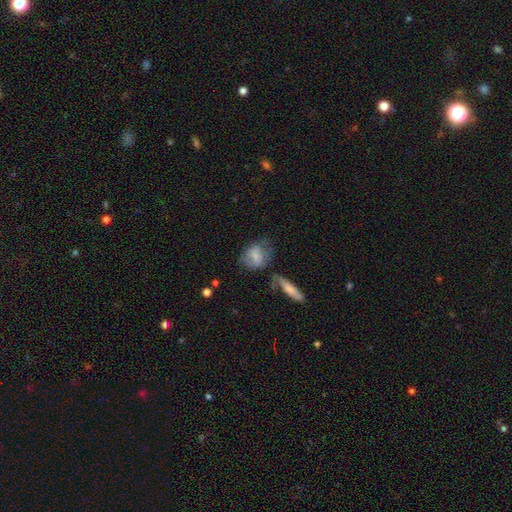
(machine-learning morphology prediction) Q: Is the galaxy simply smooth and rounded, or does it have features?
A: smooth — 67%.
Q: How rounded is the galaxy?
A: in between — 64%.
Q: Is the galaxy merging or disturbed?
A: none — 45%.